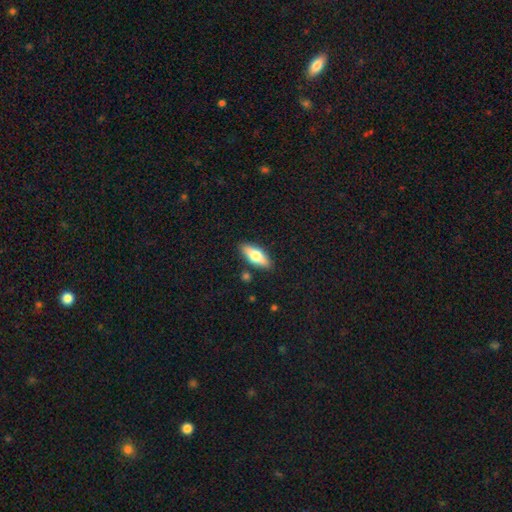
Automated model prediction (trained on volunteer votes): Smooth or featured: smooth — 62% (featured or disk — 32%)
How rounded: in between — 69% (cigar-shaped — 28%)
Merging: none — 85% (minor disturbance — 10%)